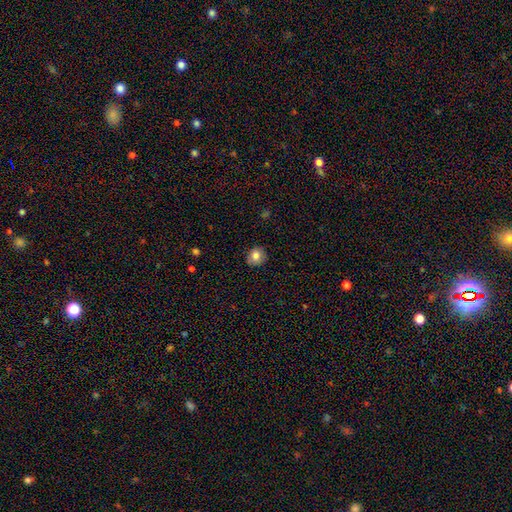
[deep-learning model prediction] smooth 81%, star or artifact 10%, featured or disk 9%. Down the decision tree: how rounded — round (79%); merging — none (84%).